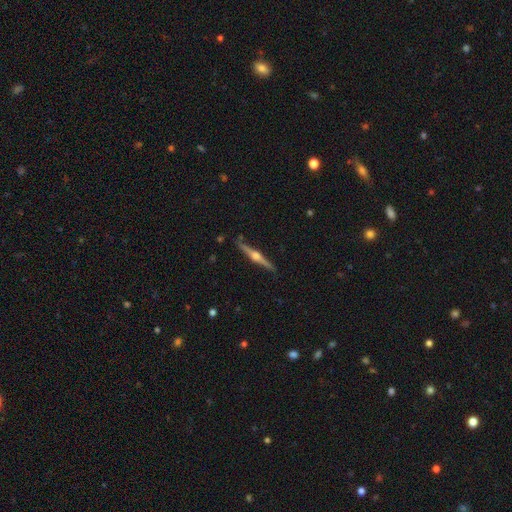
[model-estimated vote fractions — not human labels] smooth_or_featured: featured or disk (p=0.82) [alt: smooth p=0.13]
disk_edge_on: yes (p=0.98) [alt: no p=0.02]
edge_on_bulge: rounded (p=0.95) [alt: boxy p=0.03]
merging: none (p=0.89) [alt: minor disturbance p=0.08]